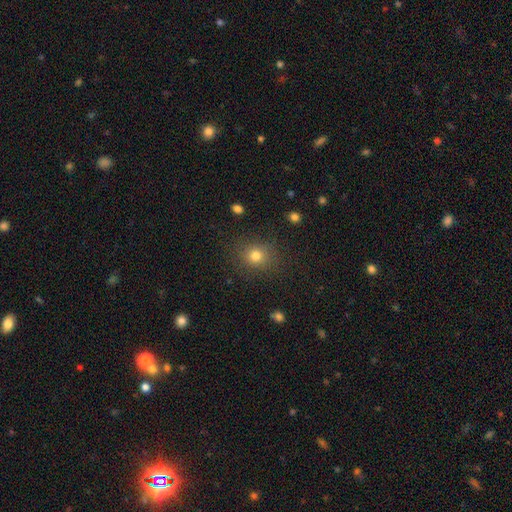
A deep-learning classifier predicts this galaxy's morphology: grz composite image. It shows a smooth galaxy with no disk features (77%) that is round (74%). Merging: none (83%).